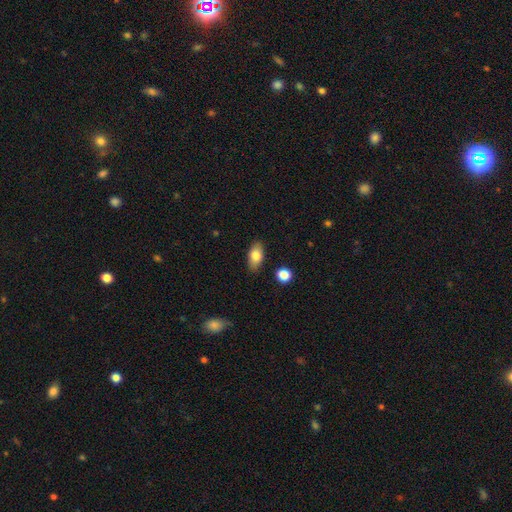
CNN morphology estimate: The model was most divided on "smooth or featured": smooth: 80%, featured or disk: 12%, star or artifact: 7%. More confident: how rounded — in between (89%); merging — none (85%).